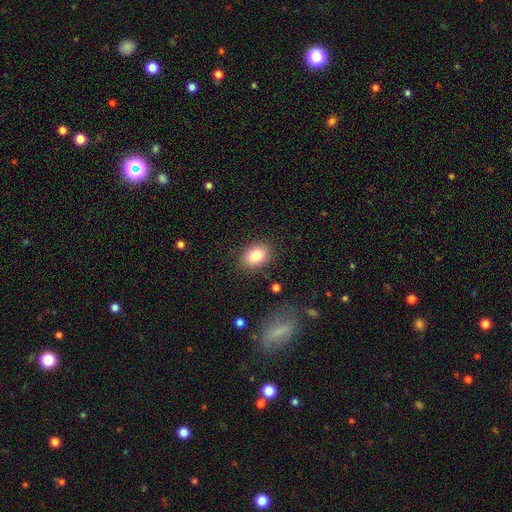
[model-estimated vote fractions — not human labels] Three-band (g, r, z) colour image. It shows a smooth galaxy with no disk features (83%) that is in between round and cigar-shaped (68%). Merging: none (85%).